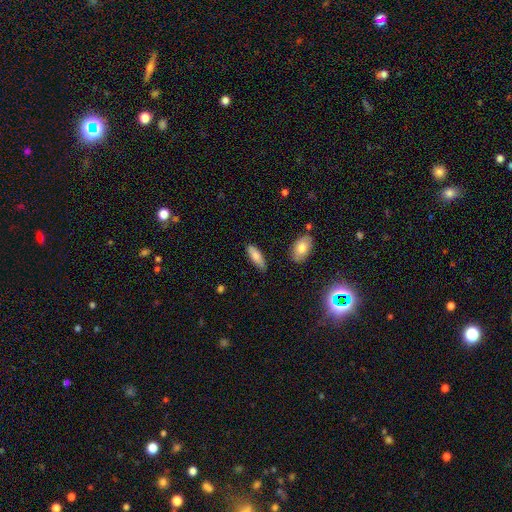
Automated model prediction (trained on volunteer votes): smooth-or-featured: smooth: 80% | featured or disk: 13% | star or artifact: 7%
  how-rounded: in between: 60% | cigar-shaped: 38% | round: 2%
  merging: none: 76% | minor disturbance: 18% | major disturbance: 3% | merger: 3%